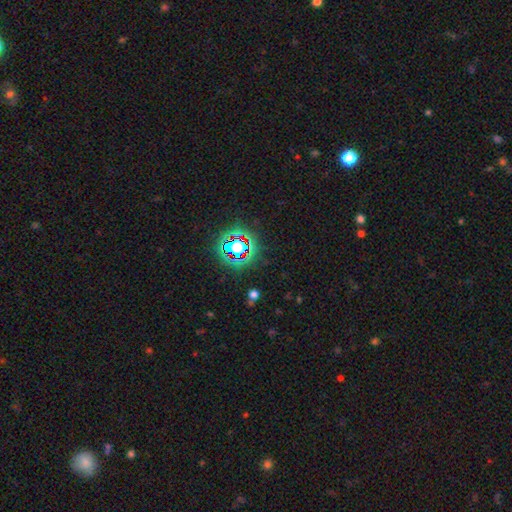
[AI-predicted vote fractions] smooth-or-featured: star or artifact: 80% | smooth: 12% | featured or disk: 8%